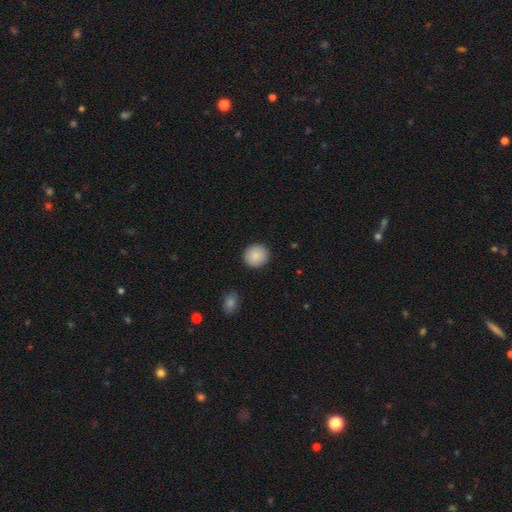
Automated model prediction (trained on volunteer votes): Smooth or featured? smooth (88%)
How rounded? round (87%)
Merging? none (91%)